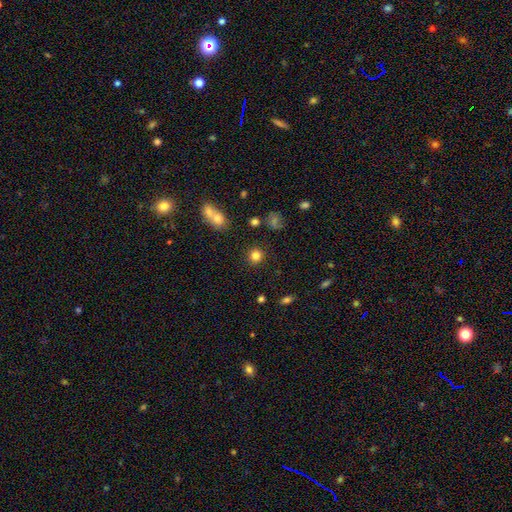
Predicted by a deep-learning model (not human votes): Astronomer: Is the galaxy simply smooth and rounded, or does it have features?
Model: smooth — 81%.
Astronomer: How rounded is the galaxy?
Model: round — 91%.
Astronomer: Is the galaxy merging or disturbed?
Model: none — 87%.